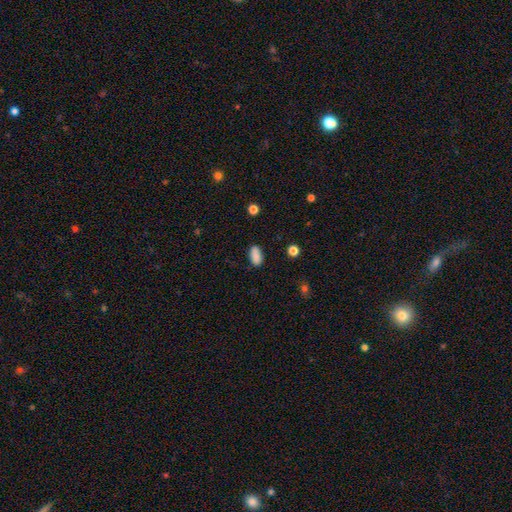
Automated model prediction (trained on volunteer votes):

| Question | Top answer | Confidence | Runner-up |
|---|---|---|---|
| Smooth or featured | smooth | 87% | star or artifact (9%) |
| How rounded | in between | 91% | round (4%) |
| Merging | none | 83% | minor disturbance (13%) |